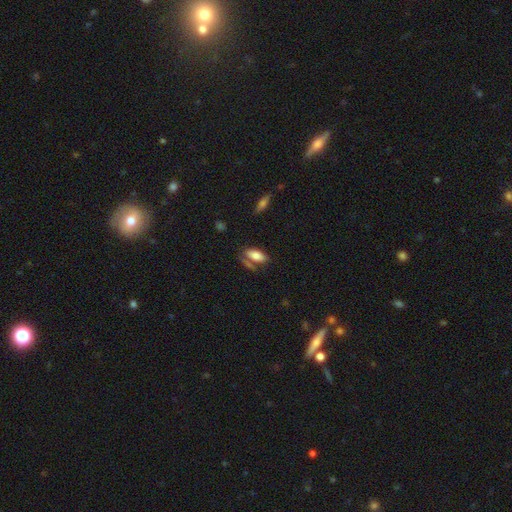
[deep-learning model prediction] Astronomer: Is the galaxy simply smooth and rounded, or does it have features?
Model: smooth — 76%.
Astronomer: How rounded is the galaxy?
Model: in between — 84%.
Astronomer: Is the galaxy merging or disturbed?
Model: none — 59%.